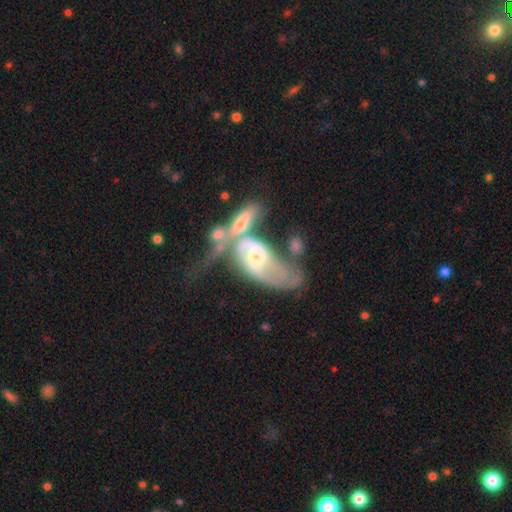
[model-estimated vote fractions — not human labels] featured or disk 77%, smooth 16%, star or artifact 7%. Down the decision tree: edge-on disk — no (92%); bar — no (54%); spiral arms — yes (83%); spiral arm count — 2 (64%); spiral winding — loose (43%); bulge size — small (48%); merging — merger (57%).